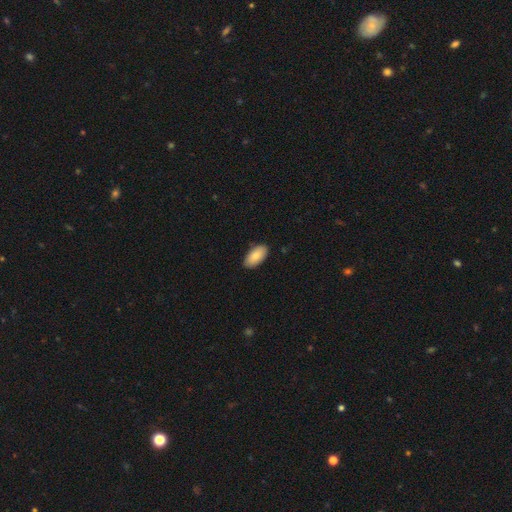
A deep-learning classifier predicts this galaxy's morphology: type=smooth (83%); roundness=in between (94%); merging=none (87%).